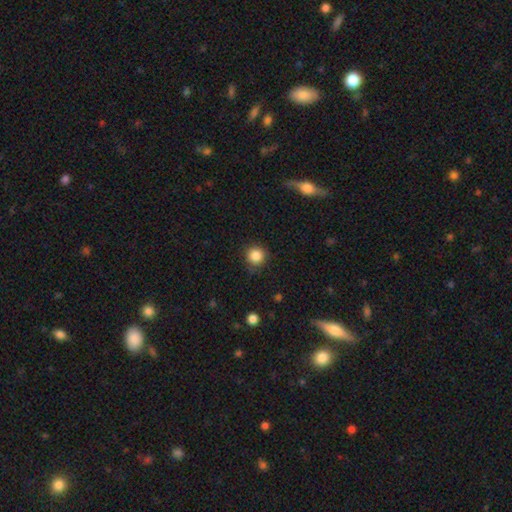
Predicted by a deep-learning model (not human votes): This appears to be a smooth galaxy with no disk features (86%) that is round (93%). Merging: none (85%).